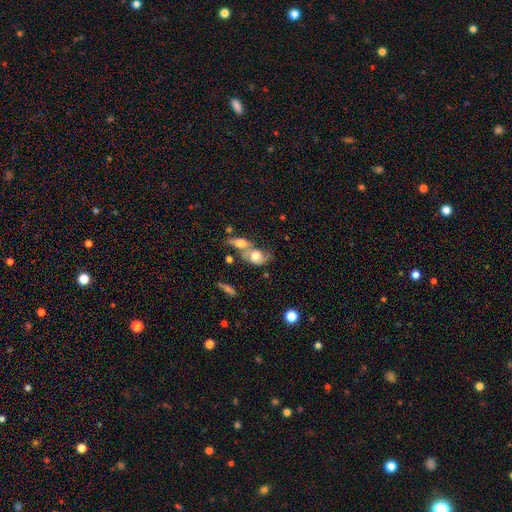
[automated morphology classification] Overall: smooth (46%; featured or disk 44%). Merging: merger (56%; none 22%).